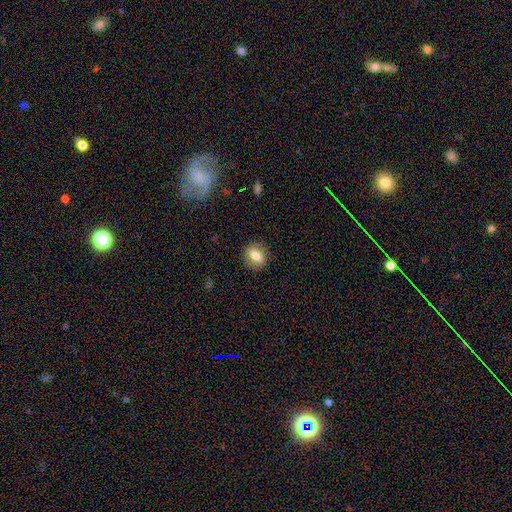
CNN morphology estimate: Smooth or featured?
  - smooth: 70% *
  - featured or disk: 21%
  - star or artifact: 9%
How rounded?
  - in between: 49% *
  - round: 48%
  - cigar-shaped: 3%
Merging?
  - none: 87% *
  - minor disturbance: 9%
  - major disturbance: 3%
  - merger: 1%